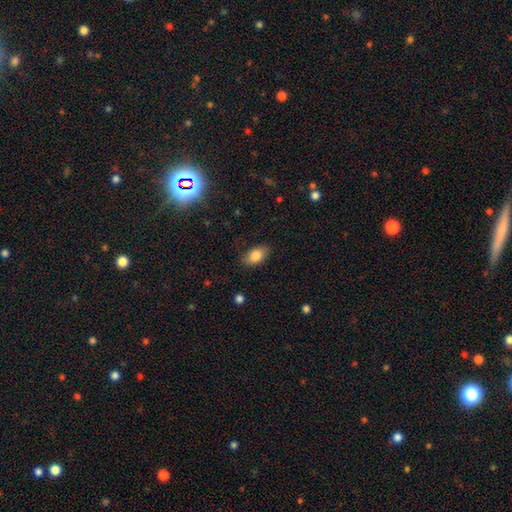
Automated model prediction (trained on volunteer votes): This appears to be a smooth galaxy with no disk features (83%) that is in between round and cigar-shaped (91%). Merging: none (85%).